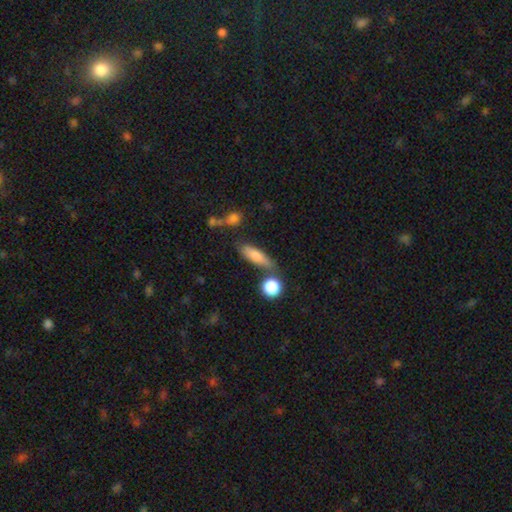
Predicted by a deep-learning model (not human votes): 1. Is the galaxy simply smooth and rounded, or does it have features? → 72% smooth, 19% featured or disk, 9% star or artifact.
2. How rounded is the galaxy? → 54% cigar-shaped, 40% in between, 5% round.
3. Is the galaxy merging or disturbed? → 63% none, 18% minor disturbance, 13% merger, 6% major disturbance.